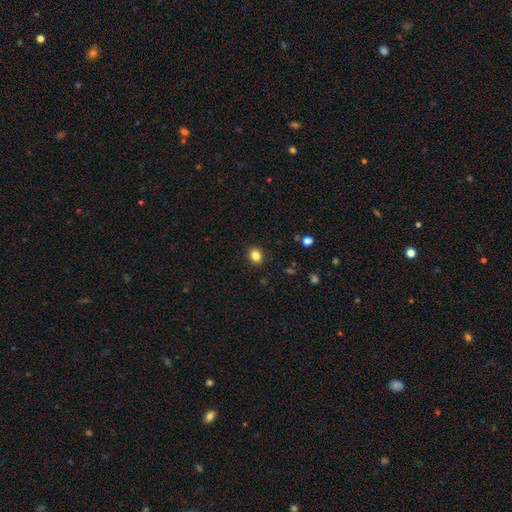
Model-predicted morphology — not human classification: smooth 85%, star or artifact 11%, featured or disk 5%. Down the decision tree: how rounded — round (56%); merging — none (90%).